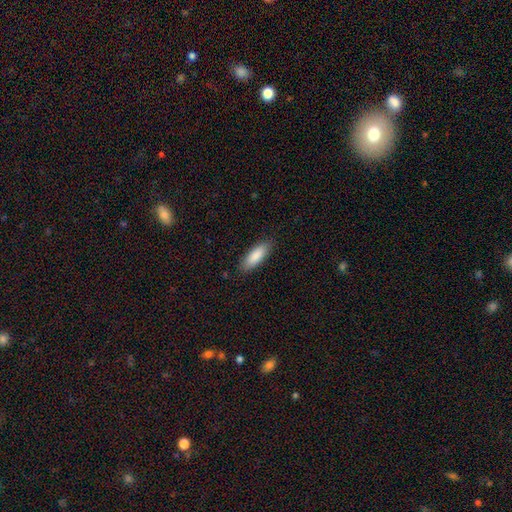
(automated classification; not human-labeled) Smooth or featured? Predicted: smooth (p=0.88). How rounded? Predicted: in between (p=0.61). Merging? Predicted: none (p=0.87).